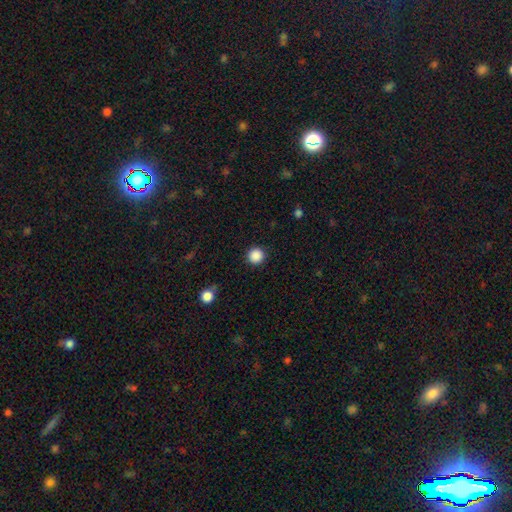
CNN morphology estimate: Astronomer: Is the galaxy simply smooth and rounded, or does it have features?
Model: smooth — 88%.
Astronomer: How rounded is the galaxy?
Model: round — 95%.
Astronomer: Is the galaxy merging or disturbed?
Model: none — 91%.